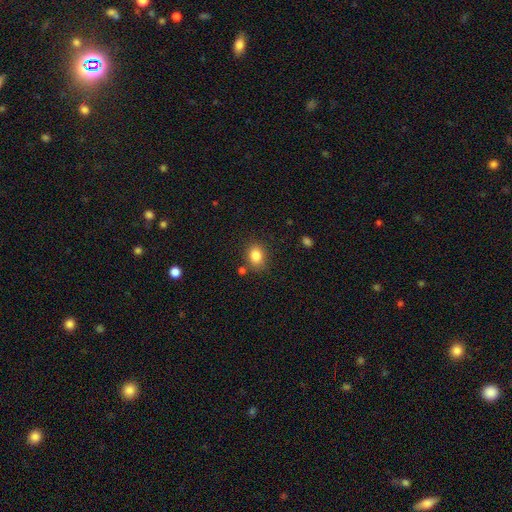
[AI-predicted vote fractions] Q: Smooth or featured?
A: smooth (84%); runner-up: star or artifact (10%)
Q: How rounded?
A: in between (55%); runner-up: round (44%)
Q: Merging?
A: none (79%); runner-up: minor disturbance (12%)